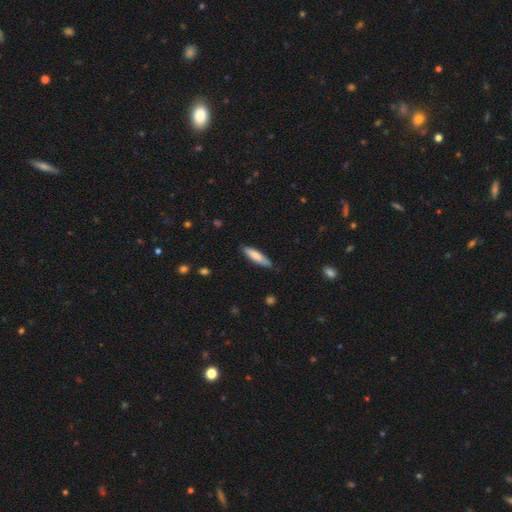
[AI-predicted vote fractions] Smooth or featured: smooth — 79% (featured or disk — 15%)
How rounded: cigar-shaped — 73% (in between — 26%)
Merging: none — 83% (minor disturbance — 14%)